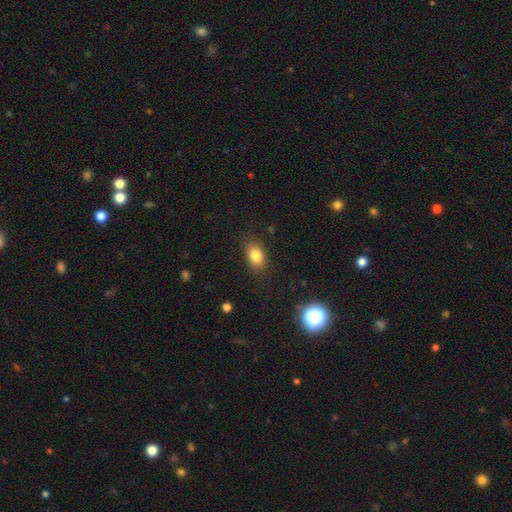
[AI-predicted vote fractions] This is clearly a smooth galaxy (83%). How rounded: likely in between (77%). Merging: clearly none (85%).